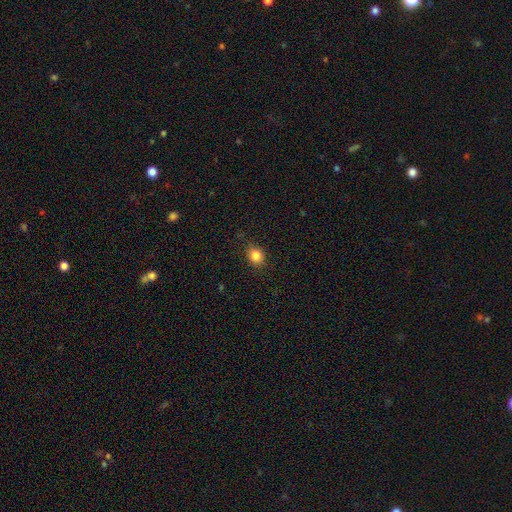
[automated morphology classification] This appears to be a smooth galaxy with no disk features (85%) that is round (67%). Merging: none (85%).